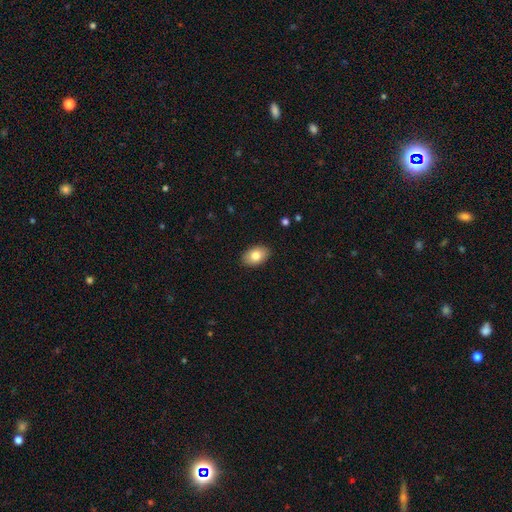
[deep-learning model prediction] This is clearly a smooth galaxy (82%). How rounded: clearly in between (89%). Merging: clearly none (89%).